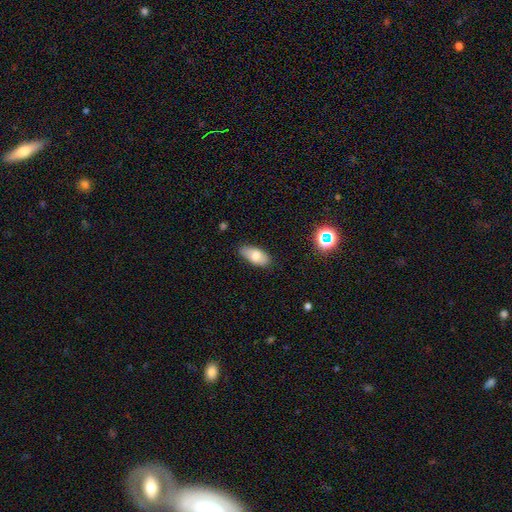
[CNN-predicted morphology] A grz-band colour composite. It shows a smooth galaxy with no disk features (74%) that is in between round and cigar-shaped (90%). Merging: none (81%).